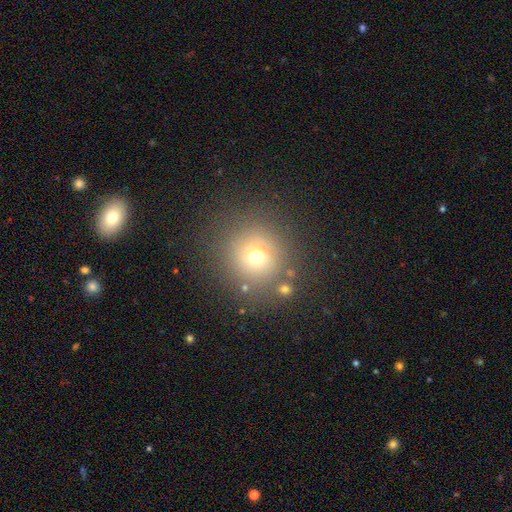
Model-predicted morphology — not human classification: A smooth galaxy with no disk features (66%) that is round (91%).

Vote fractions:
- Smooth or featured? smooth: 66% / star or artifact: 20% / featured or disk: 14%
- How rounded? round: 91% / in between: 8% / cigar-shaped: 1%
- Merging? none: 79% / minor disturbance: 11% / major disturbance: 5% / merger: 5%